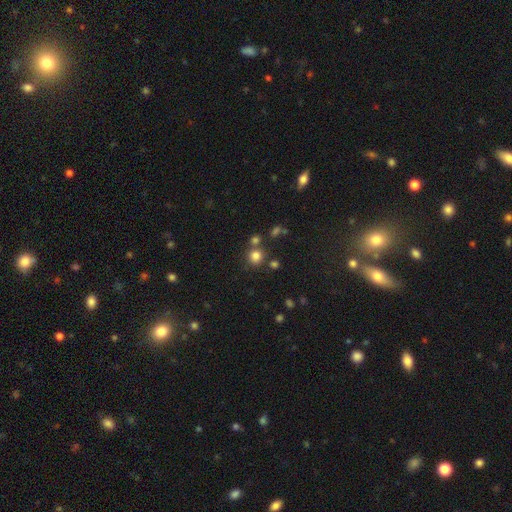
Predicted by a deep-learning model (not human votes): Morphology: type=smooth (79%); roundness=round (88%); merging=none (70%).